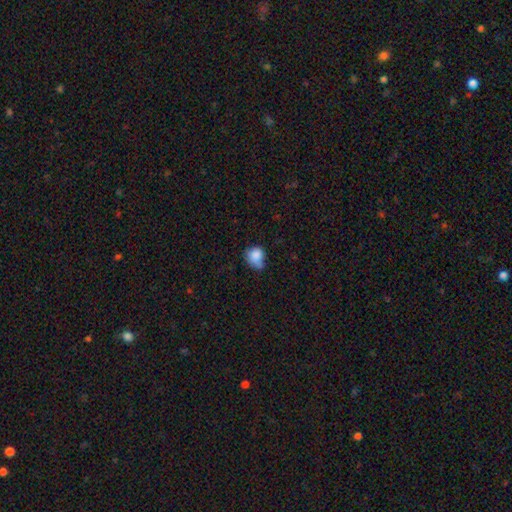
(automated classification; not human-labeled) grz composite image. It shows a smooth galaxy with no disk features (82%) that is round (68%). Merging: minor disturbance (38%).